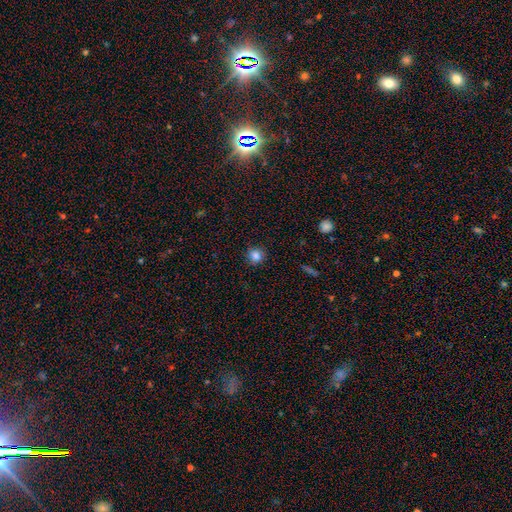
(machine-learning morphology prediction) A smooth galaxy with no disk features (83%) that is round (88%). Merging: none (87%).